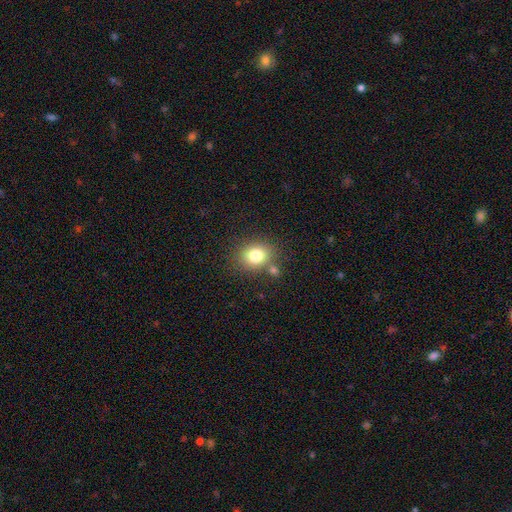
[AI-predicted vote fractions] smooth-or-featured: smooth: 80% | star or artifact: 11% | featured or disk: 9%
  how-rounded: round: 59% | in between: 40% | cigar-shaped: 1%
  merging: none: 71% | merger: 13% | minor disturbance: 12% | major disturbance: 4%